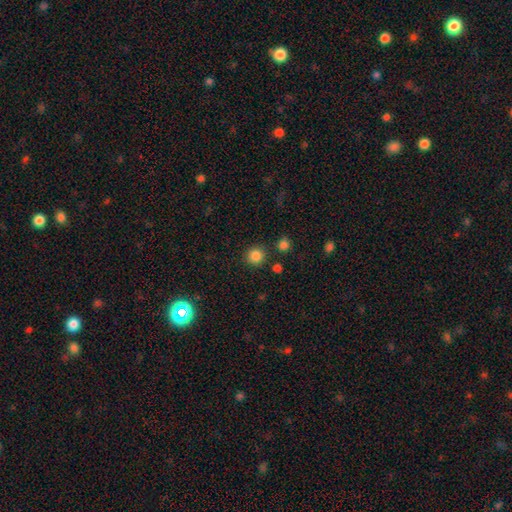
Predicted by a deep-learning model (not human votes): smooth 84%, star or artifact 12%, featured or disk 4%. Down the decision tree: how rounded — round (92%); merging — none (86%).